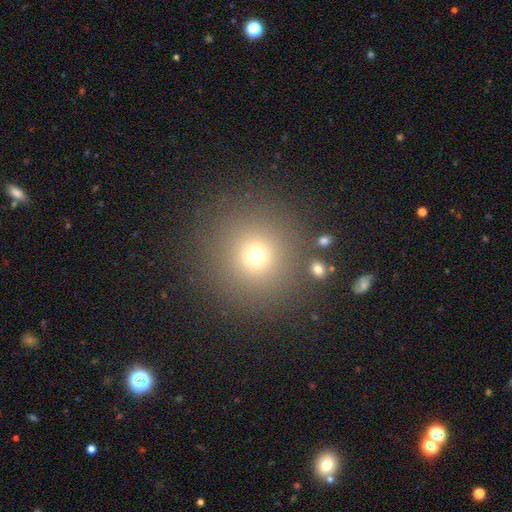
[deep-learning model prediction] Q: Smooth or featured?
A: smooth (70%); runner-up: star or artifact (20%)
Q: How rounded?
A: round (94%); runner-up: in between (5%)
Q: Merging?
A: none (86%); runner-up: minor disturbance (7%)